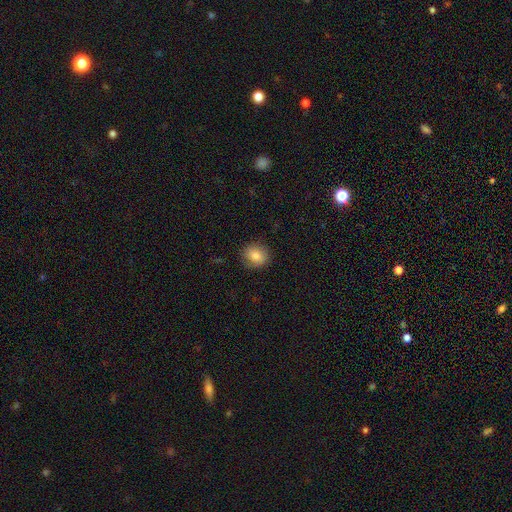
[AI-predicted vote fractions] Morphology: type=smooth (83%); roundness=round (70%); merging=none (87%).